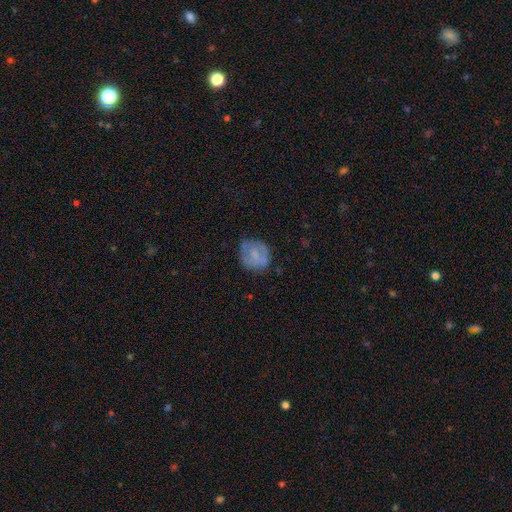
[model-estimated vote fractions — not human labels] The model was most divided on "smooth or featured": smooth: 57%, featured or disk: 35%, star or artifact: 8%. More confident: how rounded — round (75%); merging — none (62%).